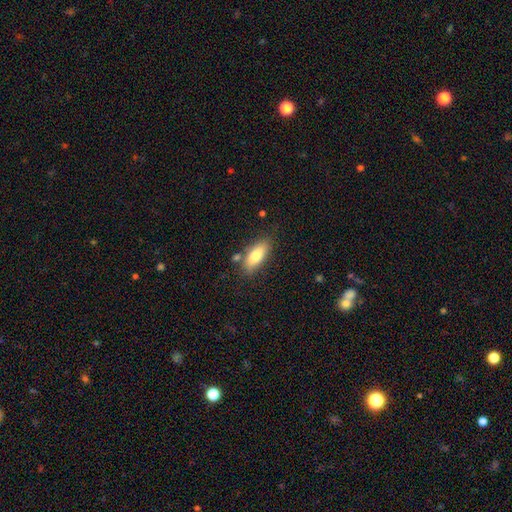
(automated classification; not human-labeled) A smooth galaxy with no disk features (79%) that is in between round and cigar-shaped (79%).

Vote fractions:
- Smooth or featured? smooth: 79% / featured or disk: 14% / star or artifact: 7%
- How rounded? in between: 79% / cigar-shaped: 19% / round: 3%
- Merging? none: 75% / minor disturbance: 15% / merger: 6% / major disturbance: 4%